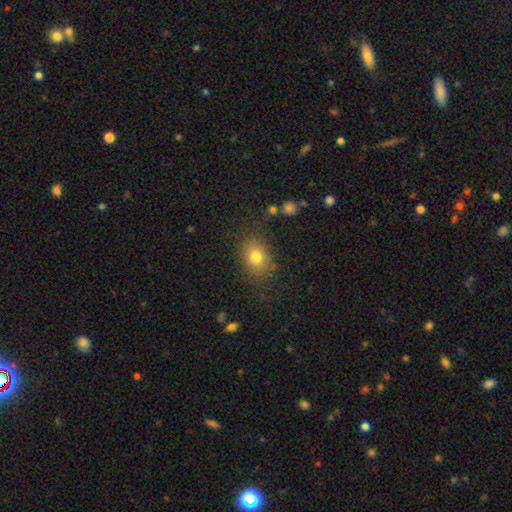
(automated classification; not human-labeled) Smooth or featured? Predicted: smooth (p=0.77). How rounded? Predicted: in between (p=0.57). Merging? Predicted: none (p=0.79).